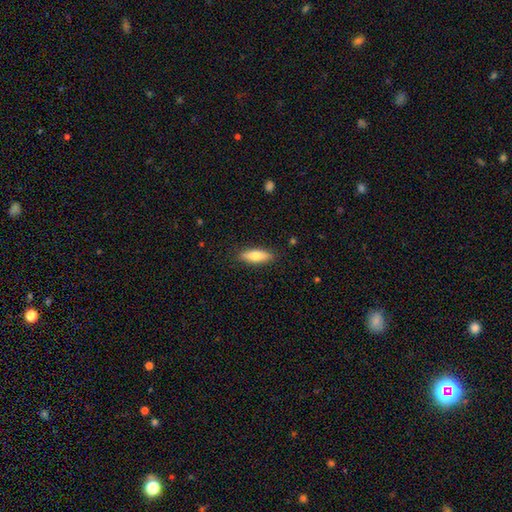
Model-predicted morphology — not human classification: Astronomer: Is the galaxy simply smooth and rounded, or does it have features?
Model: smooth — 73%.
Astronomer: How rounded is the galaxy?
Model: in between — 53% (runner-up: cigar-shaped, 45%).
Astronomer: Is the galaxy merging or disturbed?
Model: none — 87%.